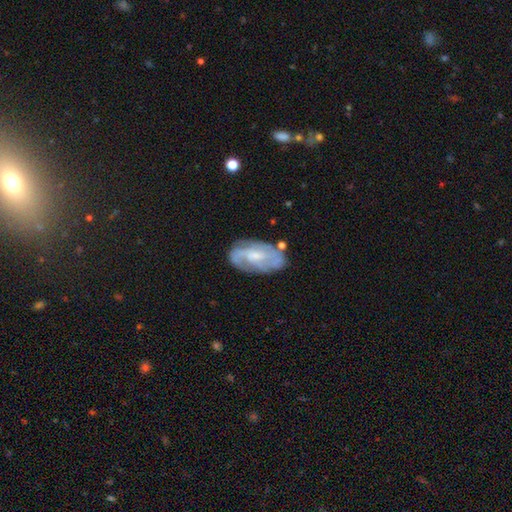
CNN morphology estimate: Smooth or featured? featured or disk (72%)
Edge-on disk? no (95%)
Bar? no (45%)
Spiral arms? yes (86%)
Spiral winding? tight (43%)
Spiral arm count? can't tell (35%)
Bulge size? small (56%)
Merging? none (71%)